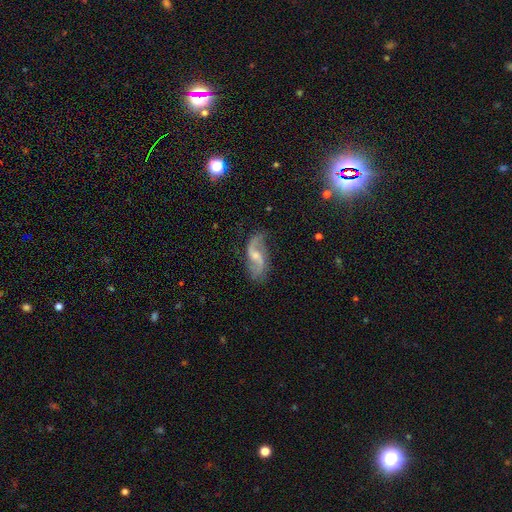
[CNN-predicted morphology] featured or disk 85%, smooth 8%, star or artifact 6%. Down the decision tree: edge-on disk — no (96%); bar — weak (51%); spiral arms — yes (96%); spiral arm count — 2 (92%); spiral winding — loose (70%); bulge size — small (51%); merging — none (74%).